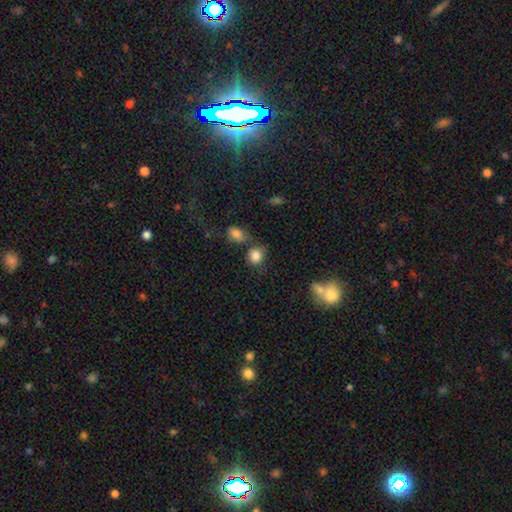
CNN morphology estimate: Overall: smooth (84%). How rounded: round (77%). Merging: none (64%).